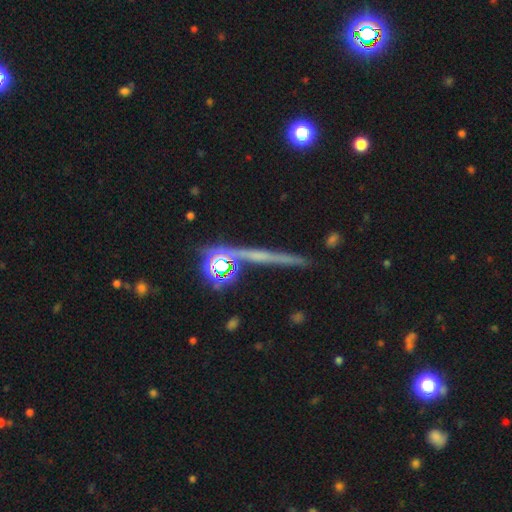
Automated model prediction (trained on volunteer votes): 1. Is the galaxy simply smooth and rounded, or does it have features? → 49% featured or disk, 33% smooth, 18% star or artifact.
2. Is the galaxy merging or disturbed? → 77% none, 10% minor disturbance, 8% merger, 4% major disturbance.